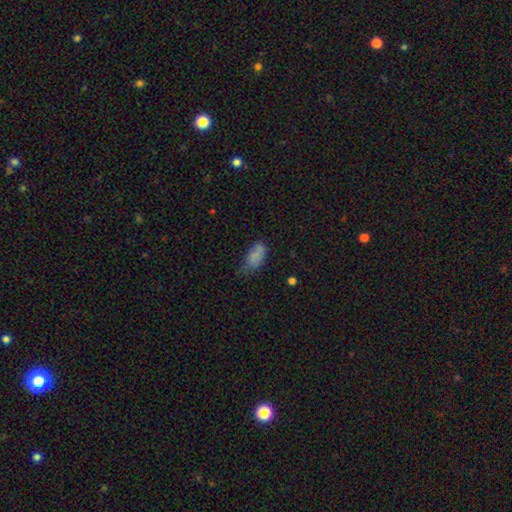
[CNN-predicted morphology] smooth_or_featured: smooth (p=0.79) [alt: featured or disk p=0.10]
how_rounded: in between (p=0.92) [alt: cigar-shaped p=0.05]
merging: none (p=0.43) [alt: minor disturbance p=0.38]